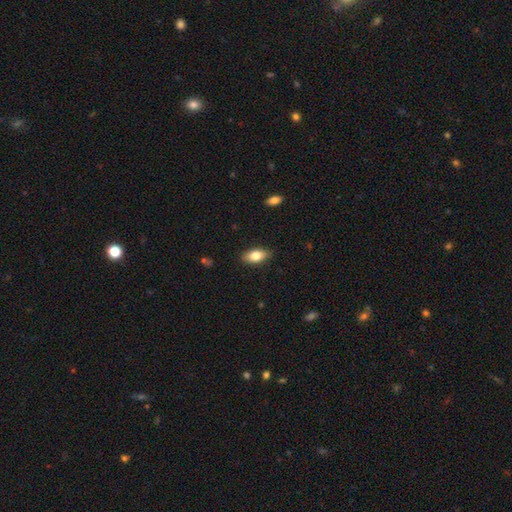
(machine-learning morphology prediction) A smooth galaxy with no disk features (80%) that is in between round and cigar-shaped (89%).

Vote fractions:
- Smooth or featured? smooth: 80% / featured or disk: 13% / star or artifact: 7%
- How rounded? in between: 89% / cigar-shaped: 7% / round: 4%
- Merging? none: 87% / minor disturbance: 10% / major disturbance: 2% / merger: 1%